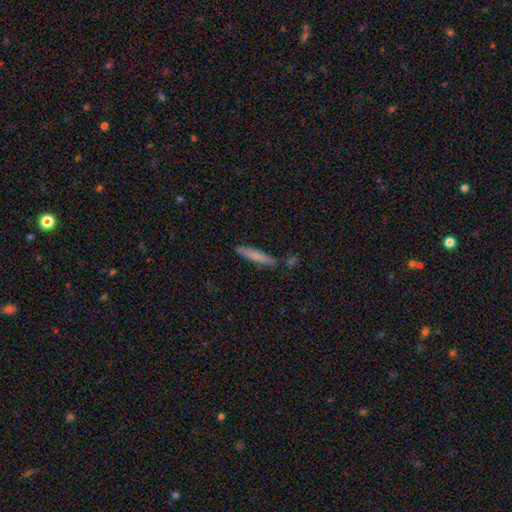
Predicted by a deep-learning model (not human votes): Smooth or featured?
  - smooth: 74% *
  - featured or disk: 20%
  - star or artifact: 6%
How rounded?
  - cigar-shaped: 93% *
  - in between: 6%
  - round: 1%
Merging?
  - none: 84% *
  - minor disturbance: 10%
  - merger: 3%
  - major disturbance: 2%